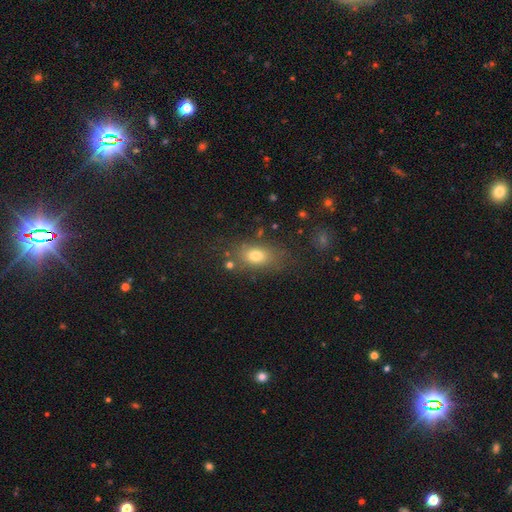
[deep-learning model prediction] Smooth or featured?
  - smooth: 76% *
  - star or artifact: 12%
  - featured or disk: 12%
How rounded?
  - in between: 78% *
  - round: 17%
  - cigar-shaped: 5%
Merging?
  - none: 74% *
  - minor disturbance: 15%
  - major disturbance: 6%
  - merger: 5%